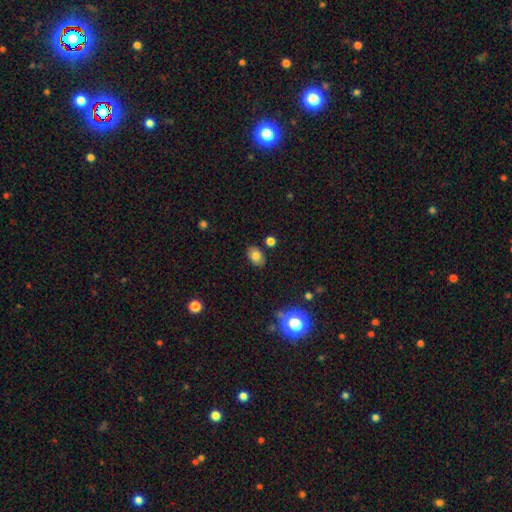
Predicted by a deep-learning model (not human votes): The model was most divided on "smooth or featured": smooth: 77%, featured or disk: 12%, star or artifact: 11%. More confident: merging — none (84%); how rounded — in between (83%).